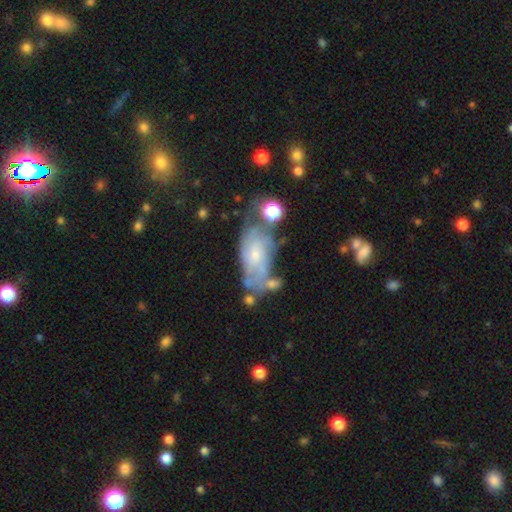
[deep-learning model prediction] This is possibly a featured or disk galaxy (60%). It is clearly not viewed edge-on (91%). Bar: likely no (76%). Spiral arm pattern: likely yes (68%). Central bulge: likely small (69%). Merging: marginally none (45%).